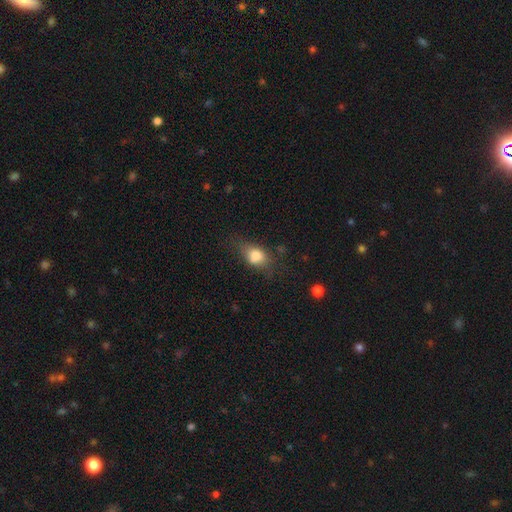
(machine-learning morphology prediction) This is likely a smooth galaxy (76%). How rounded: likely in between (67%). Merging: possibly none (54%).